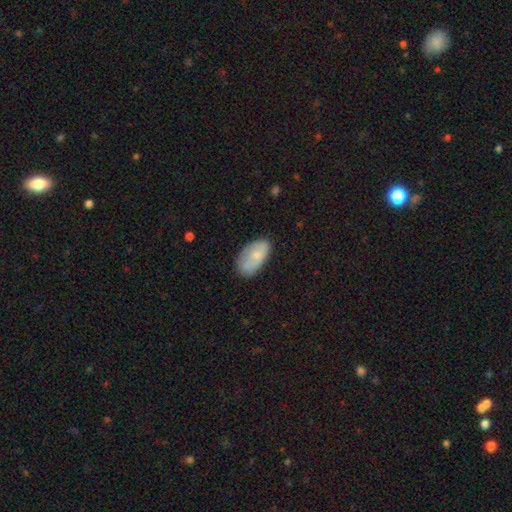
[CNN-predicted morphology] smooth_or_featured: smooth (p=0.71) [alt: featured or disk p=0.22]
how_rounded: in between (p=0.94) [alt: round p=0.04]
merging: none (p=0.68) [alt: minor disturbance p=0.24]